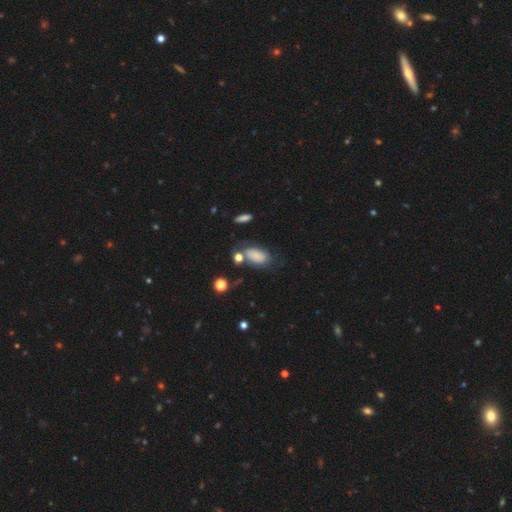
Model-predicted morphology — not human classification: smooth_or_featured: smooth (p=0.76) [alt: featured or disk p=0.14]
how_rounded: in between (p=0.90) [alt: round p=0.07]
merging: none (p=0.52) [alt: minor disturbance p=0.24]